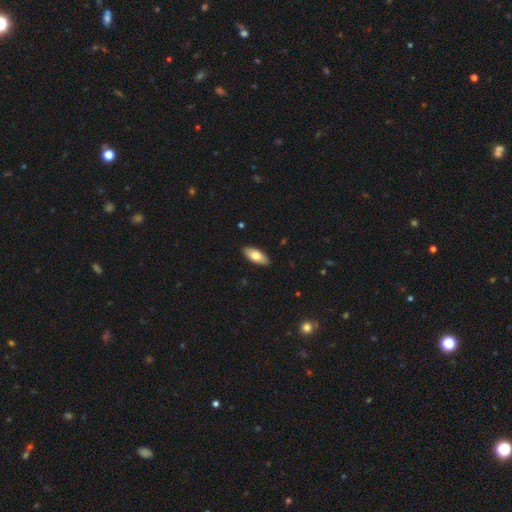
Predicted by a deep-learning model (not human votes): Overall: smooth (74%). How rounded: in between (85%). Merging: none (90%).